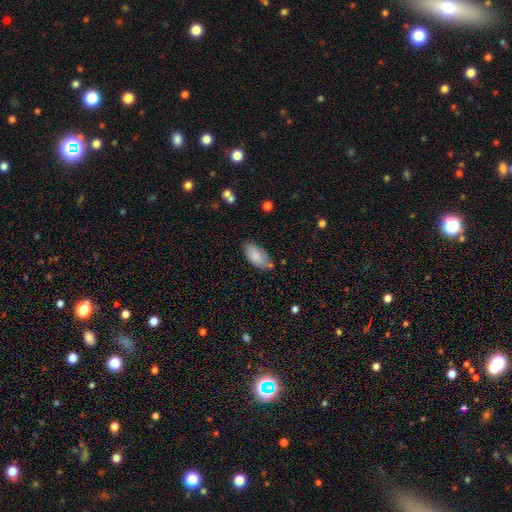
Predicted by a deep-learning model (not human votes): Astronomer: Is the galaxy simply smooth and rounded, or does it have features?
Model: smooth — 81%.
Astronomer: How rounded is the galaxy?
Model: in between — 93%.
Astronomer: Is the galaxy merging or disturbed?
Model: none — 69%.